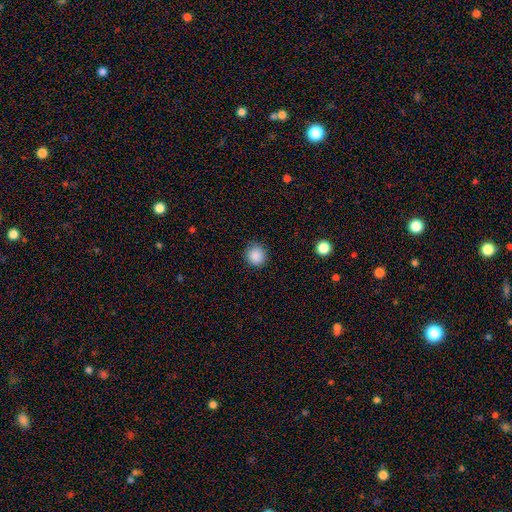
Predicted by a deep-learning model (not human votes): A smooth galaxy with no disk features (87%) that is round (93%). Merging: none (87%).